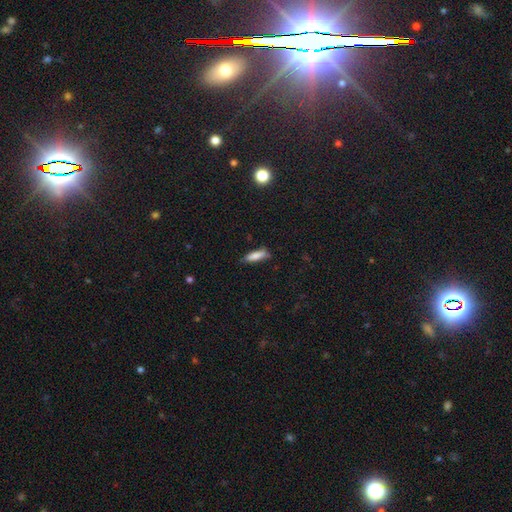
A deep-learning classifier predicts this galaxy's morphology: Overall: smooth (81%). How rounded: cigar-shaped (59%; in between 39%). Merging: none (73%).